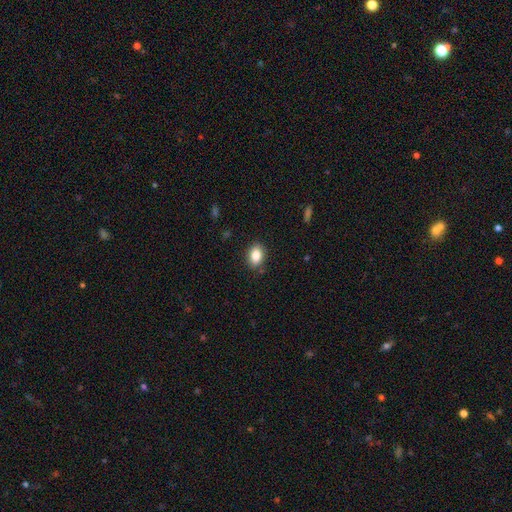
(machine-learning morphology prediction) Smooth or featured? smooth (85%)
How rounded? in between (78%)
Merging? none (87%)